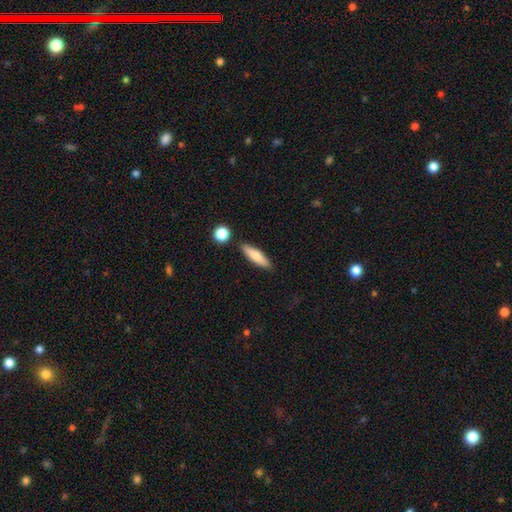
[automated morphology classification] A smooth galaxy with no disk features (77%) that is cigar-shaped (67%). Merging: none (84%).